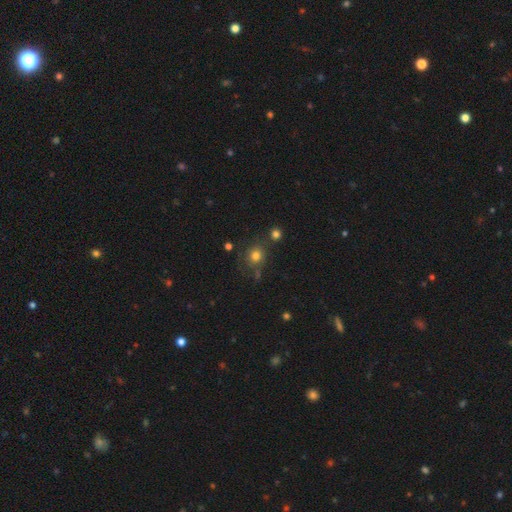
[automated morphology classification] This appears to be a smooth galaxy with no disk features (74%) that is round (81%). Merging: none (68%).